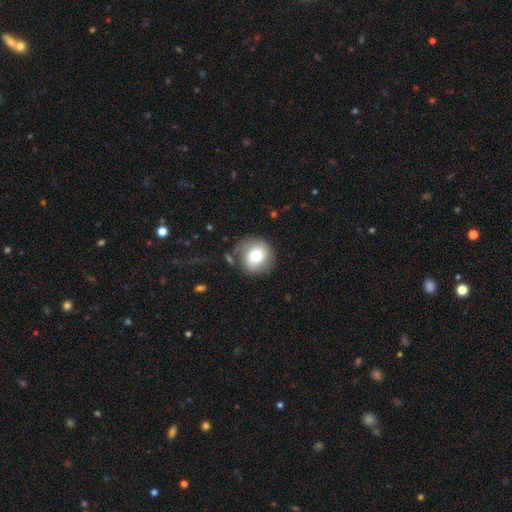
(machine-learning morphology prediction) smooth_or_featured: smooth (p=0.71) [alt: featured or disk p=0.19]
how_rounded: round (p=0.89) [alt: in between p=0.10]
merging: none (p=0.76) [alt: minor disturbance p=0.14]